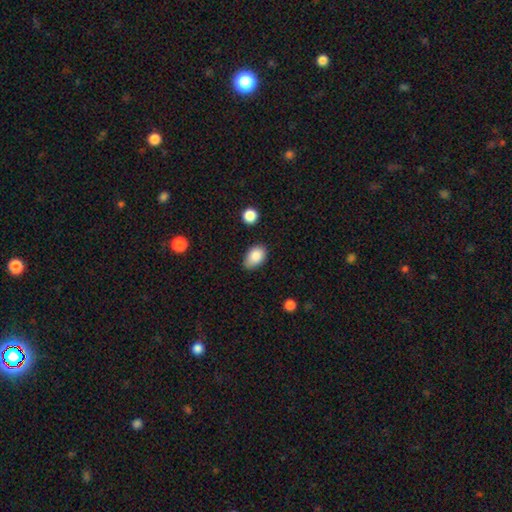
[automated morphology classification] Smooth or featured? smooth (86%)
How rounded? in between (86%)
Merging? none (70%)